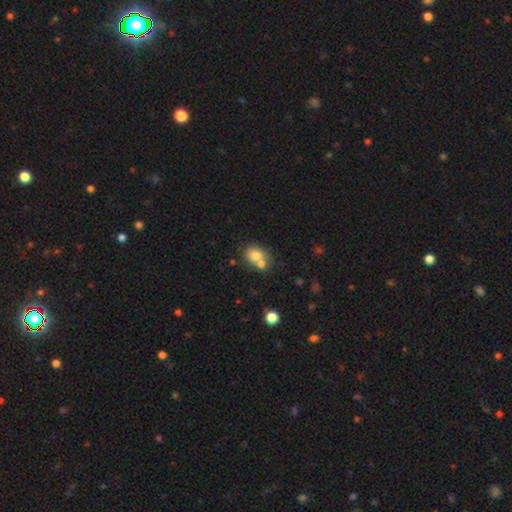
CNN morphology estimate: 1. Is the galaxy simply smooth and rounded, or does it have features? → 75% smooth, 15% featured or disk, 10% star or artifact.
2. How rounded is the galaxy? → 57% round, 42% in between, 1% cigar-shaped.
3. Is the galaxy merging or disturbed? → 45% merger, 41% none, 10% minor disturbance, 4% major disturbance.